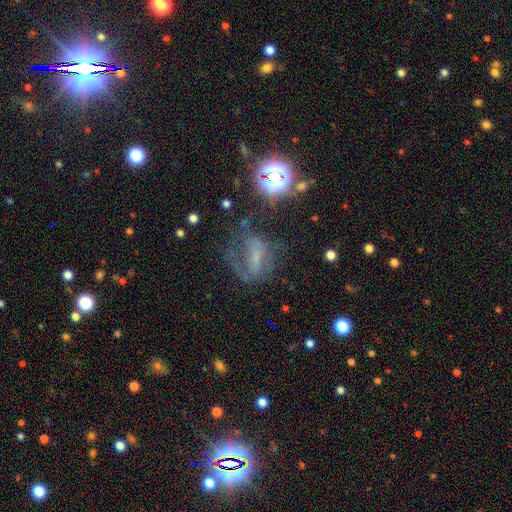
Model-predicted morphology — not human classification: smooth-or-featured: featured or disk: 51% | smooth: 25% | star or artifact: 23%
  disk-edge-on: no: 92% | yes: 8%
  merging: none: 39% | major disturbance: 36% | minor disturbance: 20% | merger: 5%